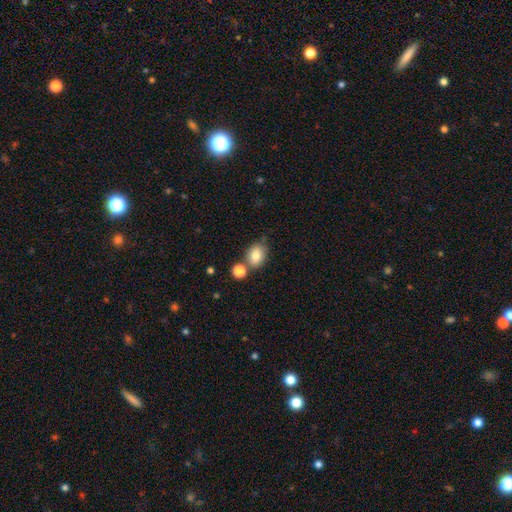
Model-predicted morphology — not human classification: smooth-or-featured: smooth: 82% | star or artifact: 10% | featured or disk: 9%
  how-rounded: in between: 63% | round: 36% | cigar-shaped: 1%
  merging: none: 61% | merger: 20% | minor disturbance: 15% | major disturbance: 4%